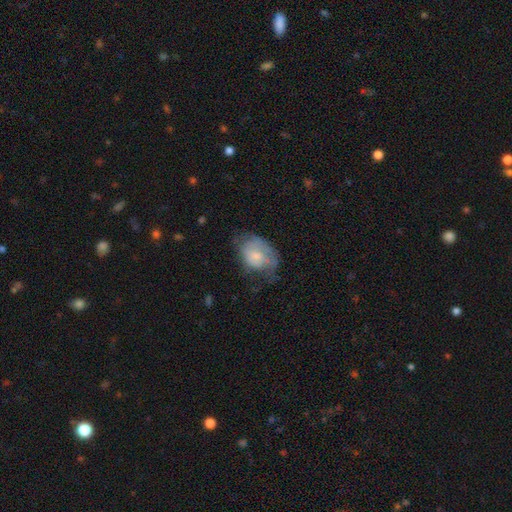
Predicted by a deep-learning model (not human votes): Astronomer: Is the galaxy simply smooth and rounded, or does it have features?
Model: smooth — 56% (runner-up: featured or disk, 36%).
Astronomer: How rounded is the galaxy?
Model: in between — 75%.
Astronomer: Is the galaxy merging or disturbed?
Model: none — 38% (runner-up: minor disturbance, 34%).